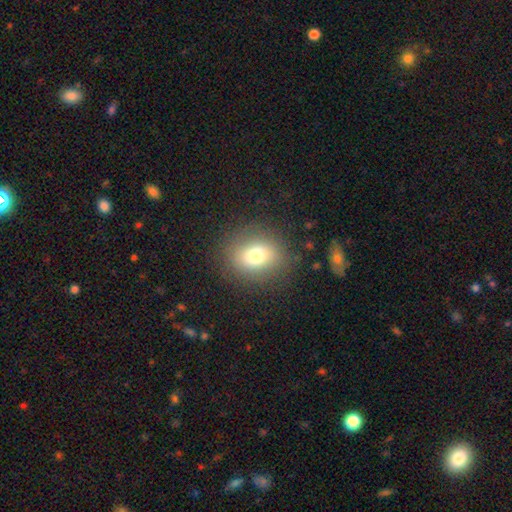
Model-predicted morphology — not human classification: Smooth or featured?
  - smooth: 74% *
  - featured or disk: 13%
  - star or artifact: 13%
How rounded?
  - round: 63% *
  - in between: 36%
  - cigar-shaped: 1%
Merging?
  - none: 84% *
  - minor disturbance: 10%
  - major disturbance: 5%
  - merger: 1%